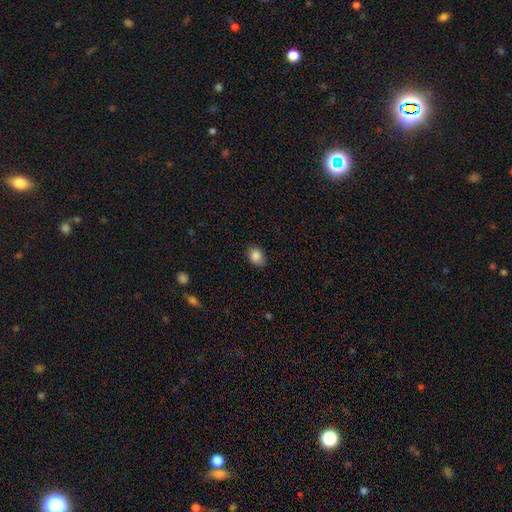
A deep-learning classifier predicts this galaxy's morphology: smooth_or_featured: smooth (p=0.87) [alt: star or artifact p=0.09]
how_rounded: in between (p=0.64) [alt: round p=0.35]
merging: none (p=0.80) [alt: minor disturbance p=0.16]